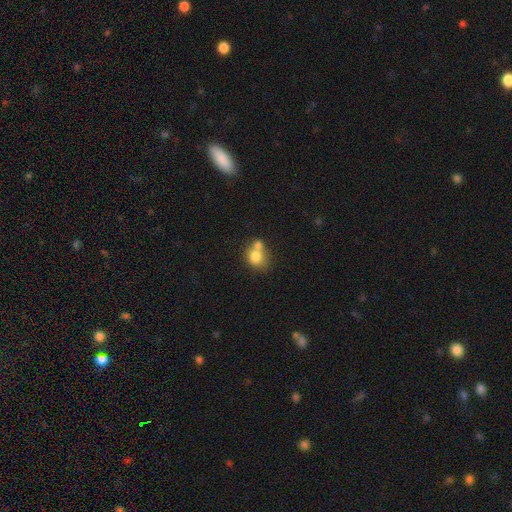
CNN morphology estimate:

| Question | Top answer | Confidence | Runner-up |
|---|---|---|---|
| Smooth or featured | smooth | 76% | featured or disk (14%) |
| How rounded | round | 68% | in between (31%) |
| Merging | merger | 50% | none (35%) |